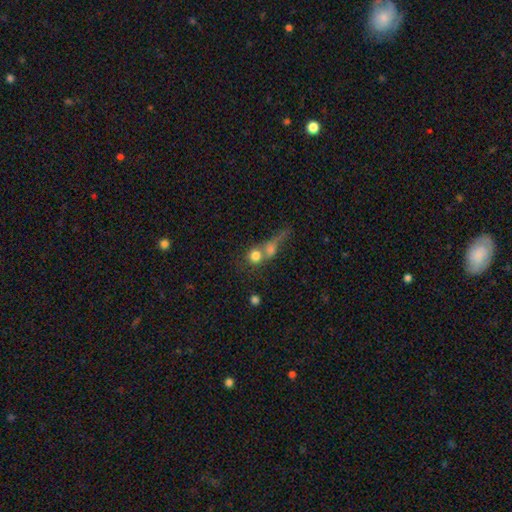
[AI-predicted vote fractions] This is likely a smooth galaxy (73%). How rounded: likely round (80%). Merging: possibly merger (57%).